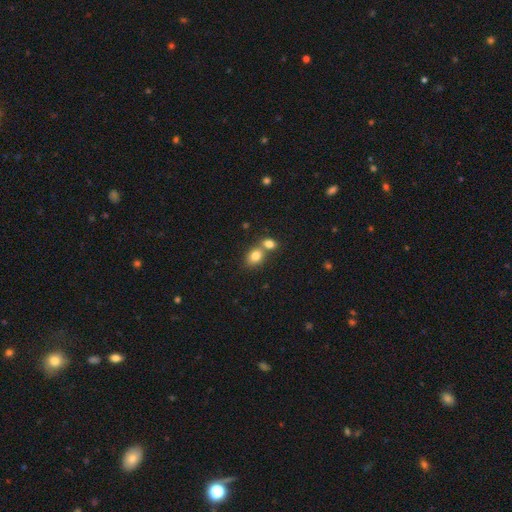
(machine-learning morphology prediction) This is clearly a smooth galaxy (82%). How rounded: possibly in between (59%). Merging: possibly merger (47%).